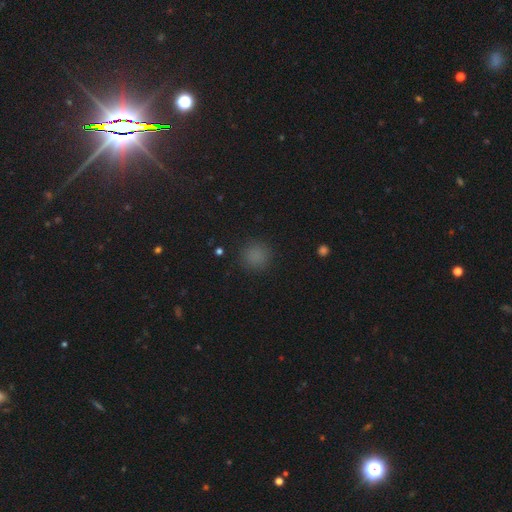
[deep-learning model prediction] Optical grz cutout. It shows a smooth galaxy with no disk features (81%) that is round (92%). Merging: none (89%).